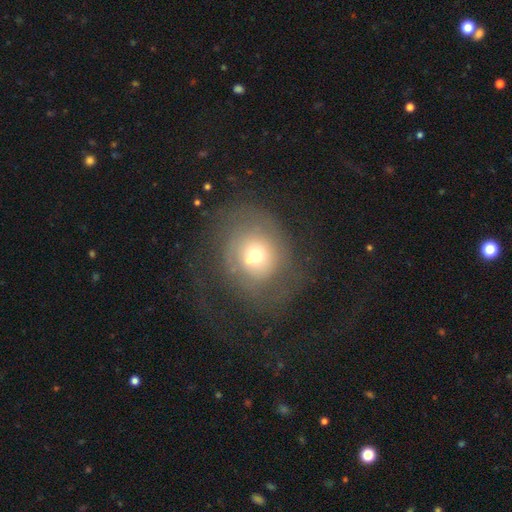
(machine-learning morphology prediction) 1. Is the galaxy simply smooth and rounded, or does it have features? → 44% featured or disk (tied), 44% smooth (tied), 12% star or artifact.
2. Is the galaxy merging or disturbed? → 38% none, 31% major disturbance, 19% minor disturbance, 12% merger.